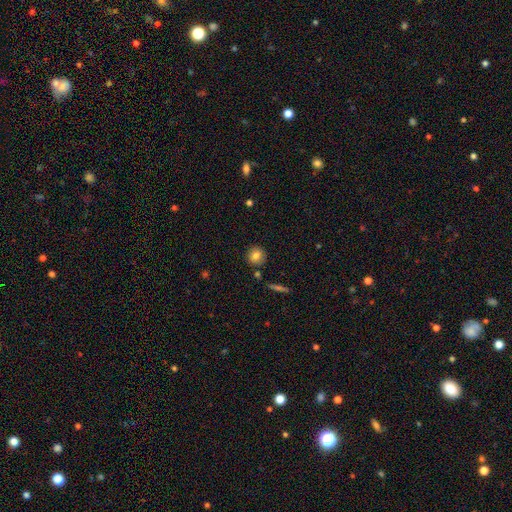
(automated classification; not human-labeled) The model was most divided on "smooth or featured": smooth: 79%, featured or disk: 11%, star or artifact: 9%. More confident: how rounded — round (89%); merging — none (85%).